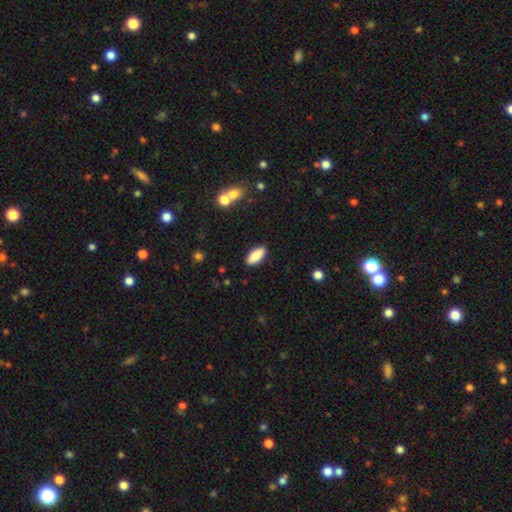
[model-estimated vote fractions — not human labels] Overall: smooth (86%). How rounded: in between (84%). Merging: none (89%).